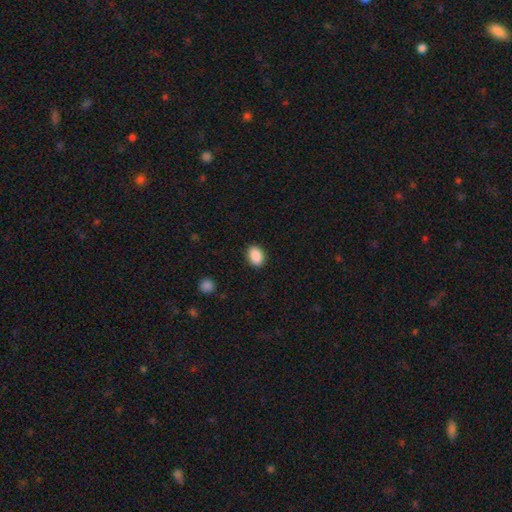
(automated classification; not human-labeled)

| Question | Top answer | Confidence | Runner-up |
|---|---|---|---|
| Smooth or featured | smooth | 89% | star or artifact (8%) |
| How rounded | in between | 77% | round (22%) |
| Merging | none | 89% | minor disturbance (8%) |